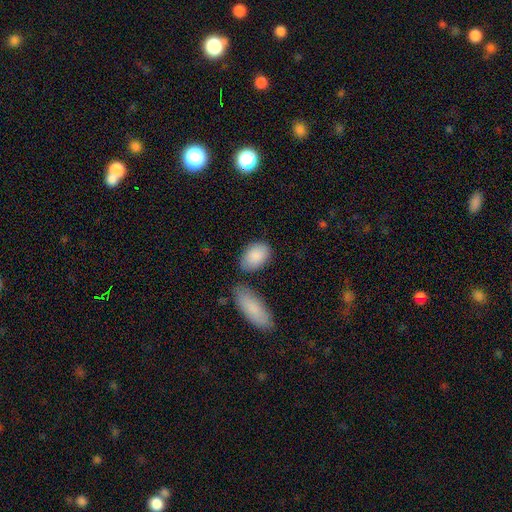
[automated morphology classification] A smooth galaxy with no disk features (88%) that is in between round and cigar-shaped (90%).

Vote fractions:
- Smooth or featured? smooth: 88% / featured or disk: 6% / star or artifact: 6%
- How rounded? in between: 90% / round: 8% / cigar-shaped: 2%
- Merging? none: 68% / minor disturbance: 17% / merger: 11% / major disturbance: 5%